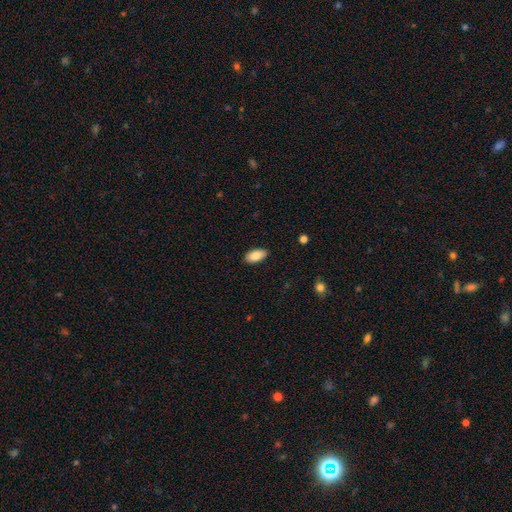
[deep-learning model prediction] This appears to be a smooth galaxy with no disk features (87%) that is in between round and cigar-shaped (93%). Merging: none (88%).